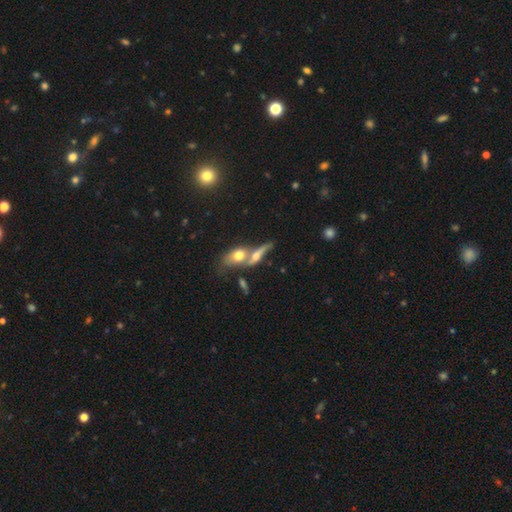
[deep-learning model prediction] A featured or disk galaxy (50%) viewed edge-on (66%).

Vote fractions:
- Smooth or featured? featured or disk: 50% / smooth: 40% / star or artifact: 10%
- Edge-on disk? yes: 66% / no: 34%
- Merging? merger: 59% / none: 27% / minor disturbance: 8% / major disturbance: 6%